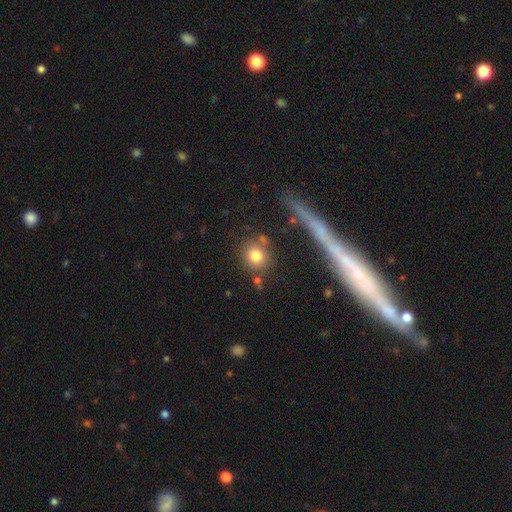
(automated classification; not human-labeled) Morphology: type=smooth (78%); roundness=round (86%); merging=none (75%).